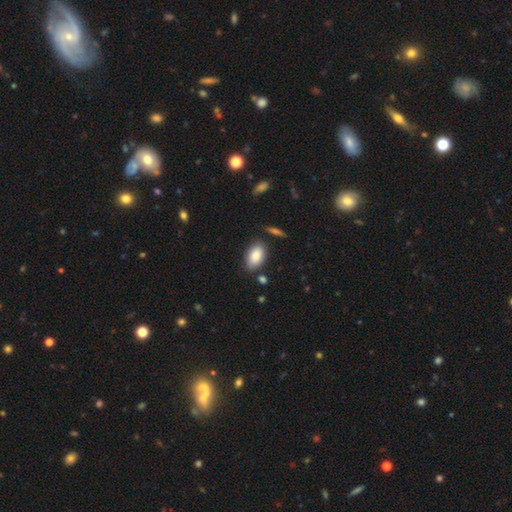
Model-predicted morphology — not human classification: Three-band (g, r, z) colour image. It shows a smooth galaxy with no disk features (85%) that is in between round and cigar-shaped (93%). Merging: none (79%).